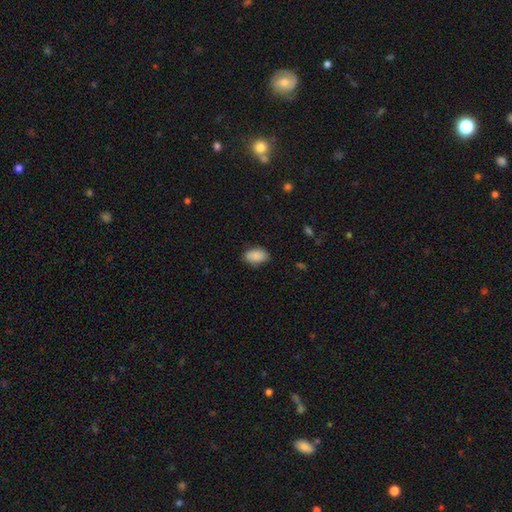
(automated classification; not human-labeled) Q: Smooth or featured?
A: smooth (88%); runner-up: star or artifact (7%)
Q: How rounded?
A: in between (89%); runner-up: round (9%)
Q: Merging?
A: none (77%); runner-up: minor disturbance (18%)